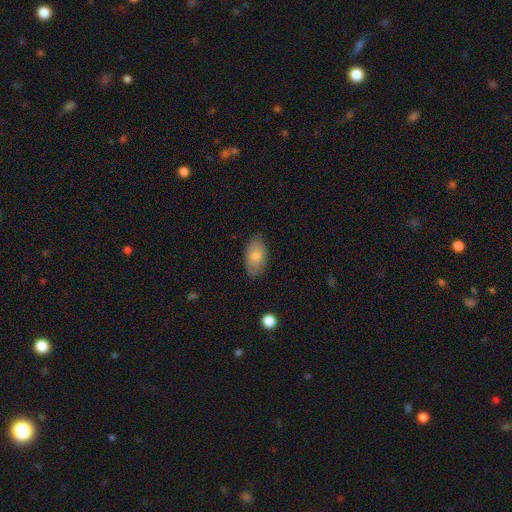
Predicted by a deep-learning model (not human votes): Overall: smooth (75%). How rounded: in between (93%). Merging: none (80%).